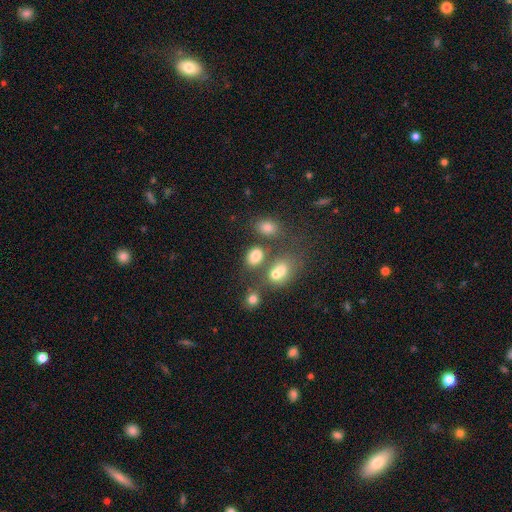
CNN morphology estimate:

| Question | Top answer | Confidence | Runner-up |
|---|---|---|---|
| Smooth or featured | smooth | 77% | star or artifact (14%) |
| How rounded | in between | 67% | round (31%) |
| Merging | none | 60% | merger (21%) |